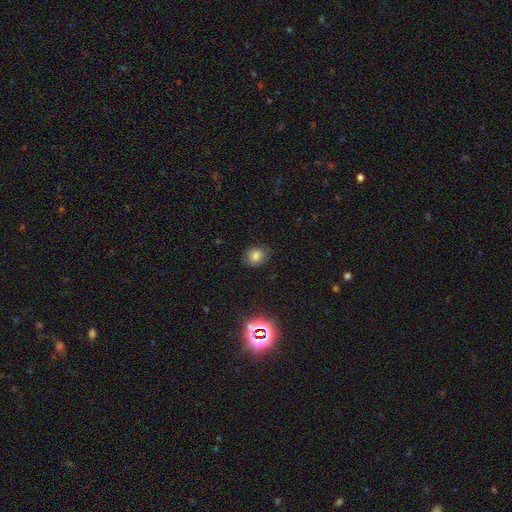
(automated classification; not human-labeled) Morphology: type=smooth (78%); roundness=round (62%); merging=none (82%).